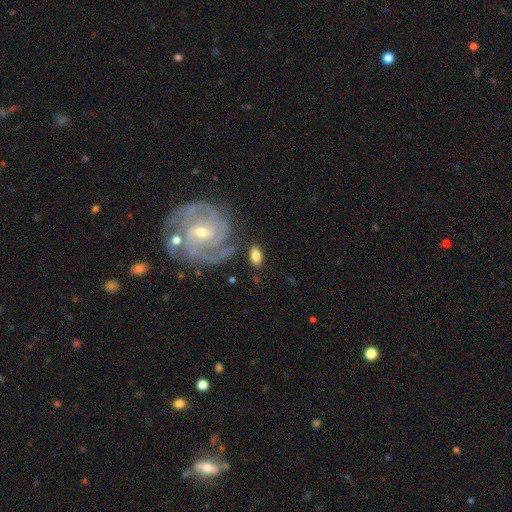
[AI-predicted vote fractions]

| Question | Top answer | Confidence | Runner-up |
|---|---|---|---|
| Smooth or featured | smooth | 66% | featured or disk (28%) |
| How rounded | in between | 89% | round (7%) |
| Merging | none | 74% | minor disturbance (14%) |